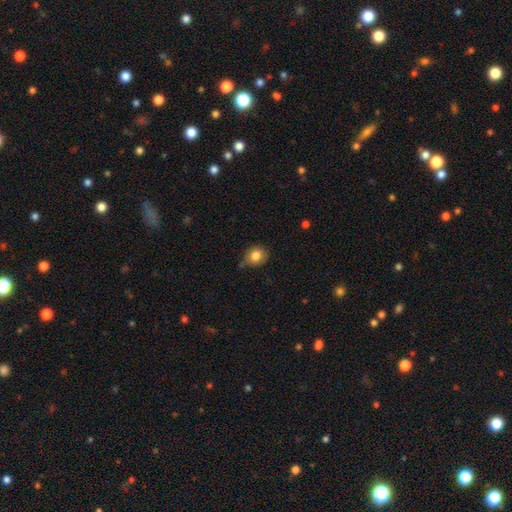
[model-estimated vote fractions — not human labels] This is clearly a smooth galaxy (82%). How rounded: likely round (67%). Merging: likely none (67%).